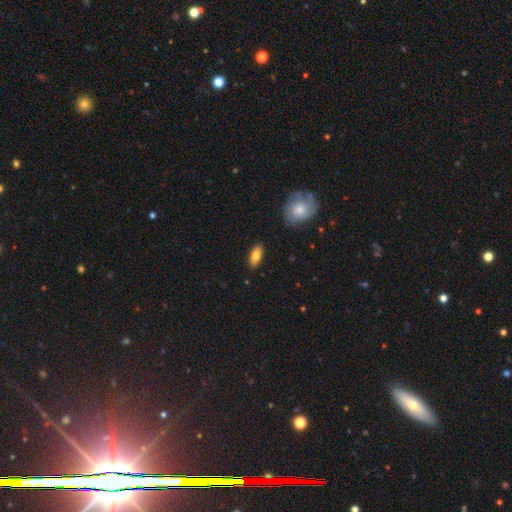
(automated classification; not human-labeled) Smooth or featured? Predicted: smooth (p=0.77). How rounded? Predicted: in between (p=0.79). Merging? Predicted: none (p=0.87).